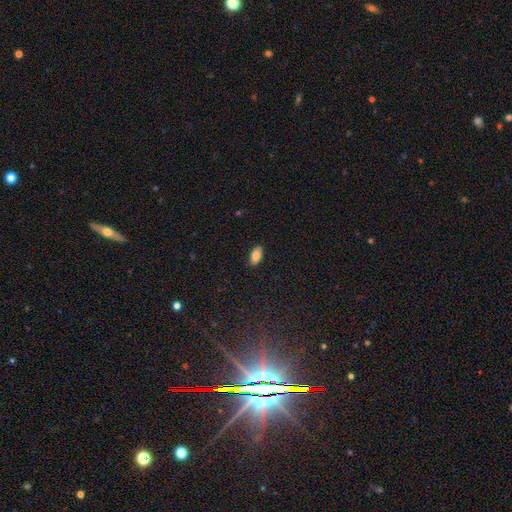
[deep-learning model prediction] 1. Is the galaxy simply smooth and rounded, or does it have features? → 84% smooth, 8% featured or disk, 8% star or artifact.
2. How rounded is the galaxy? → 91% in between, 6% cigar-shaped, 3% round.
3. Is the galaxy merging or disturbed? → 88% none, 9% minor disturbance, 2% major disturbance, 1% merger.